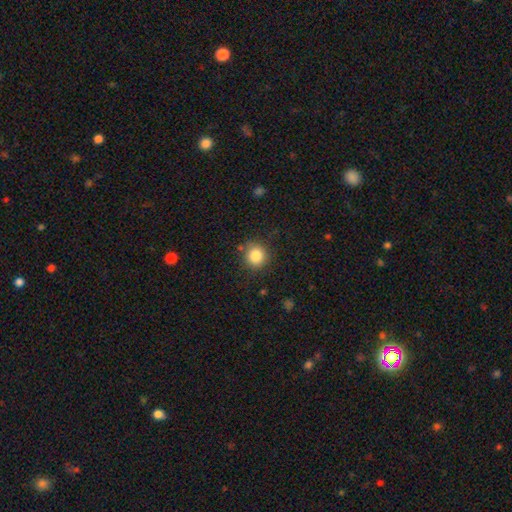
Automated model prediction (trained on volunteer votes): Q: Smooth or featured?
A: smooth (83%); runner-up: star or artifact (11%)
Q: How rounded?
A: round (91%); runner-up: in between (8%)
Q: Merging?
A: none (85%); runner-up: minor disturbance (10%)